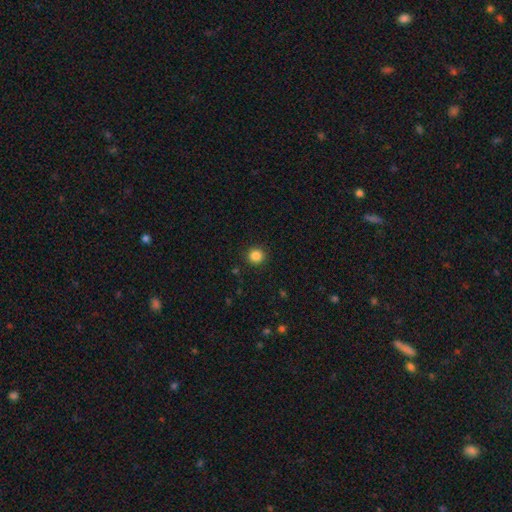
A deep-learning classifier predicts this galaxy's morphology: Smooth or featured: smooth — 85% (star or artifact — 11%)
How rounded: round — 94% (in between — 5%)
Merging: none — 92% (minor disturbance — 5%)